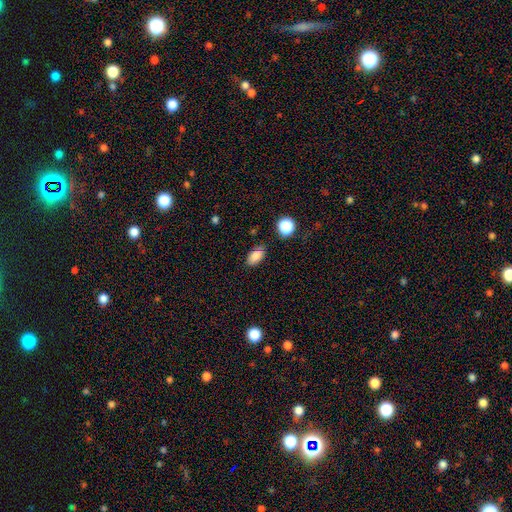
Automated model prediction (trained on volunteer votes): The model was most divided on "merging": none: 81%, minor disturbance: 14%, major disturbance: 3%, merger: 2%. More confident: how rounded — in between (90%); smooth or featured — smooth (83%).